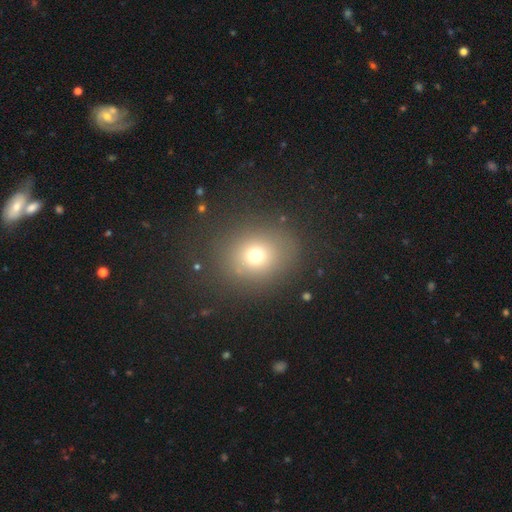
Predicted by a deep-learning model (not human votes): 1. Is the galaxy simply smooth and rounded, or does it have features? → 71% smooth, 19% star or artifact, 11% featured or disk.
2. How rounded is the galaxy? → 76% round, 23% in between, 1% cigar-shaped.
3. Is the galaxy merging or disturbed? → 82% none, 10% minor disturbance, 6% major disturbance, 2% merger.